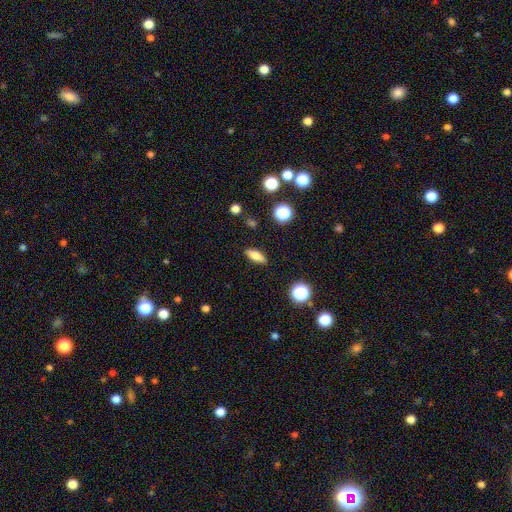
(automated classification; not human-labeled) Q: Smooth or featured?
A: smooth (76%); runner-up: featured or disk (14%)
Q: How rounded?
A: in between (66%); runner-up: cigar-shaped (28%)
Q: Merging?
A: none (87%); runner-up: minor disturbance (9%)